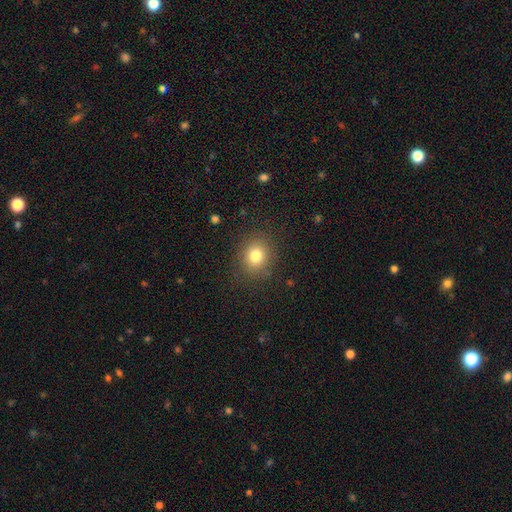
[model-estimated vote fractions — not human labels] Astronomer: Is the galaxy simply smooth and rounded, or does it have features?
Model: smooth — 79%.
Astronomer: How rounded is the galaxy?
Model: round — 75%.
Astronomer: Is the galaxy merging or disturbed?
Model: none — 86%.